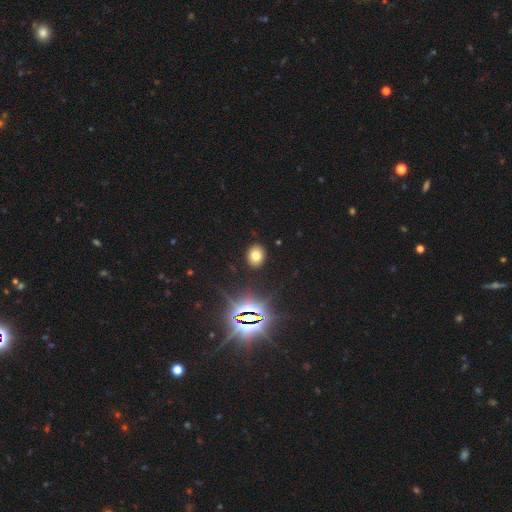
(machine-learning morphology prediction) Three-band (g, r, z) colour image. It shows a smooth galaxy with no disk features (70%) that is in between round and cigar-shaped (55%). Merging: none (89%).